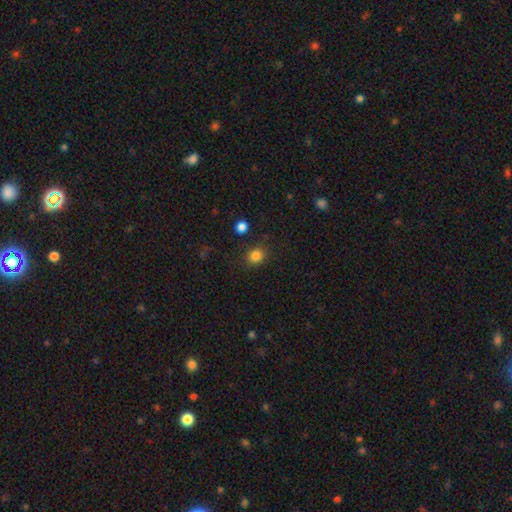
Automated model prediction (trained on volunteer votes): The model was most divided on "how rounded": round: 77%, in between: 22%, cigar-shaped: 1%. More confident: merging — none (85%); smooth or featured — smooth (83%).